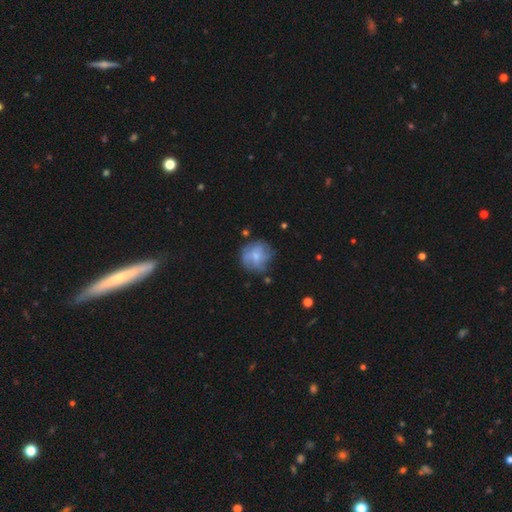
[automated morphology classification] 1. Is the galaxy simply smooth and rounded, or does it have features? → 49% smooth, 42% featured or disk, 9% star or artifact.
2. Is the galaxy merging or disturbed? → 63% none, 22% minor disturbance, 12% major disturbance, 3% merger.